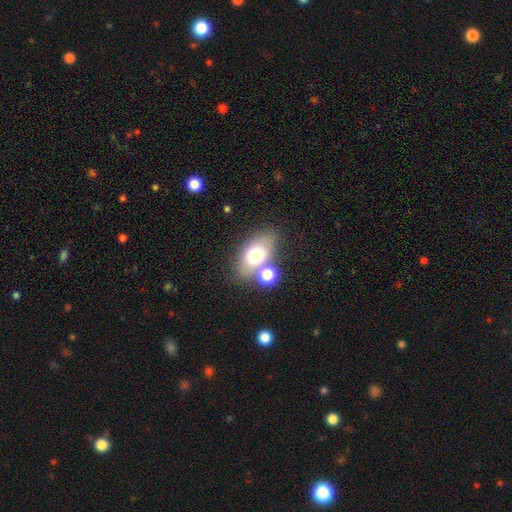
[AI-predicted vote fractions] Morphology: type=smooth (67%); roundness=in between (83%); merging=none (63%).